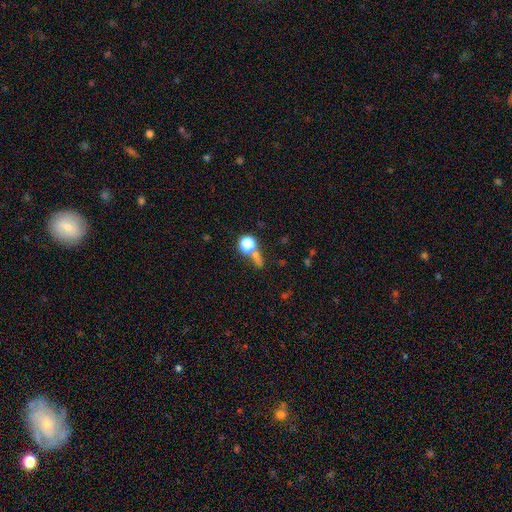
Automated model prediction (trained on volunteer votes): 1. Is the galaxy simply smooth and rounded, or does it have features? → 56% smooth, 32% star or artifact, 12% featured or disk.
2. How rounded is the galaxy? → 65% round, 23% in between, 12% cigar-shaped.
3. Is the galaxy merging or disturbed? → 54% none, 26% merger, 11% minor disturbance, 9% major disturbance.